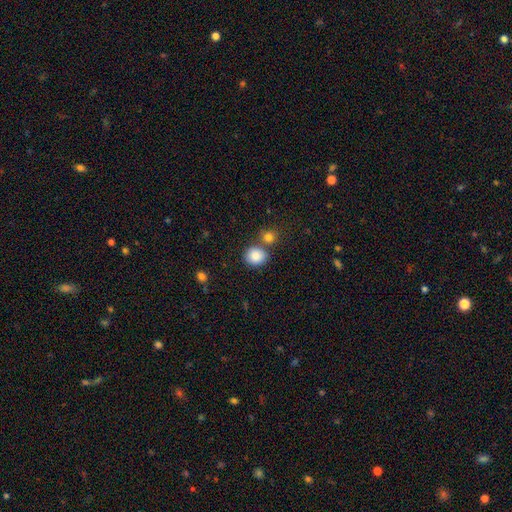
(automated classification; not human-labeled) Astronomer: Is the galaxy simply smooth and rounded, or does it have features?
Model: smooth — 86%.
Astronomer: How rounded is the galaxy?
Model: round — 74%.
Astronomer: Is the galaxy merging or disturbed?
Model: none — 69%.